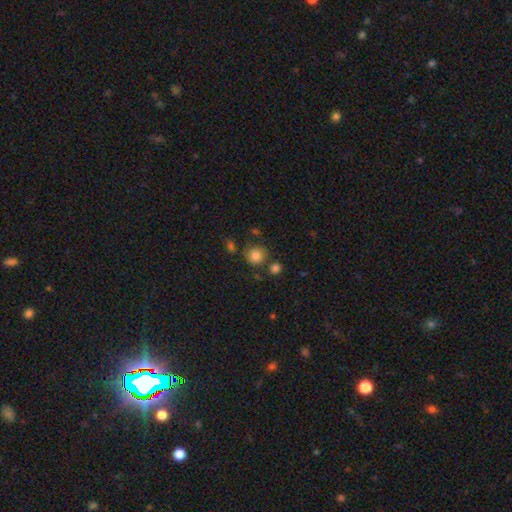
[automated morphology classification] The model was most divided on "merging": none: 72%, minor disturbance: 13%, merger: 10%, major disturbance: 5%. More confident: how rounded — round (87%); smooth or featured — smooth (83%).